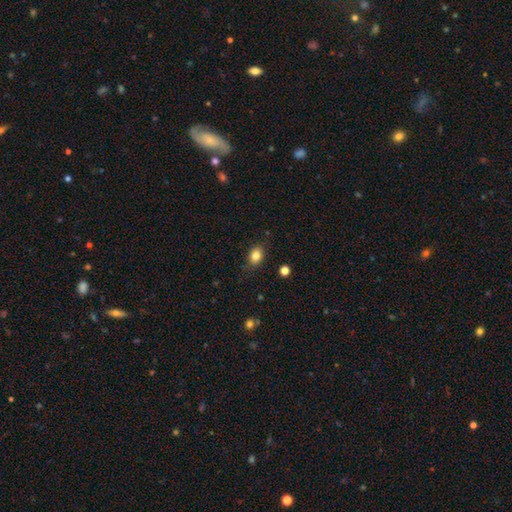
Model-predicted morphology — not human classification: Smooth or featured? Predicted: smooth (p=0.83). How rounded? Predicted: in between (p=0.68). Merging? Predicted: none (p=0.82).